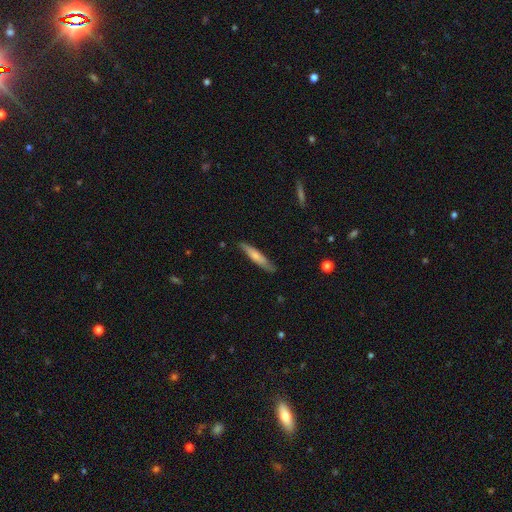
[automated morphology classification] Overall: smooth (61%; featured or disk 34%). How rounded: cigar-shaped (89%). Merging: none (82%).